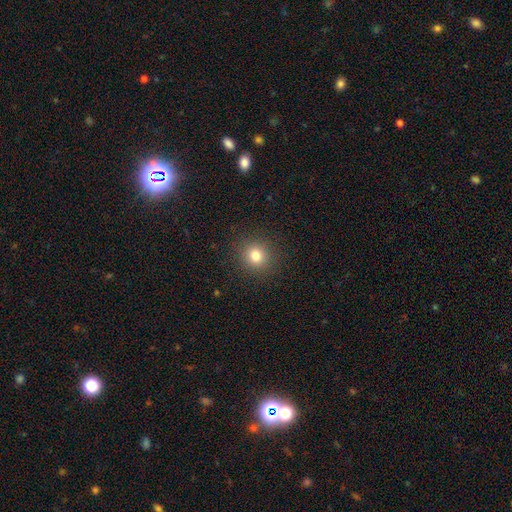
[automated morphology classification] This is likely a smooth galaxy (79%). How rounded: clearly round (90%). Merging: clearly none (91%).